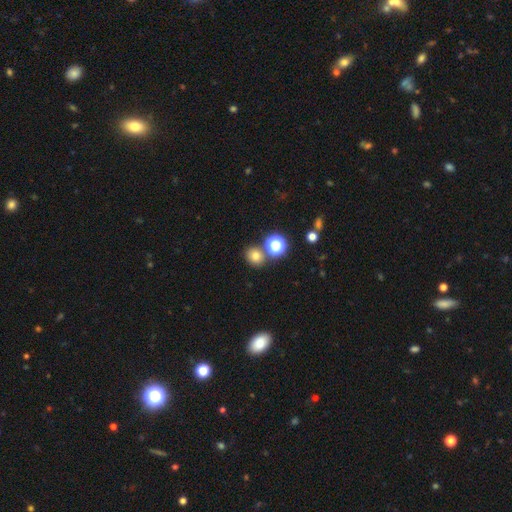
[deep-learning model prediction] A smooth galaxy with no disk features (73%) that is round (77%). Merging: none (73%).